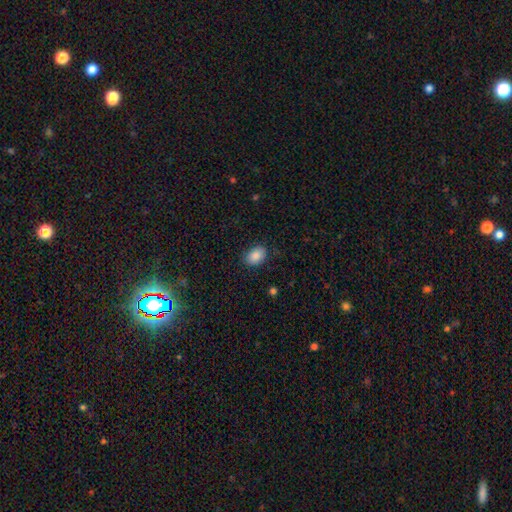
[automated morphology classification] type=smooth (88%); roundness=in between (82%); merging=none (85%).